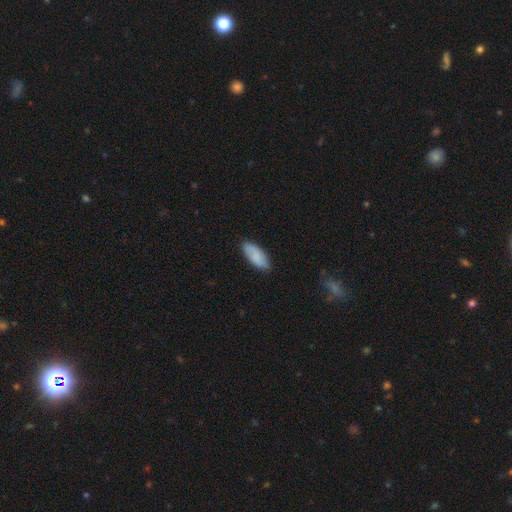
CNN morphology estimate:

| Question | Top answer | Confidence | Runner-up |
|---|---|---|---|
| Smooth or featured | smooth | 78% | featured or disk (16%) |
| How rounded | in between | 86% | cigar-shaped (12%) |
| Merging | none | 83% | minor disturbance (14%) |